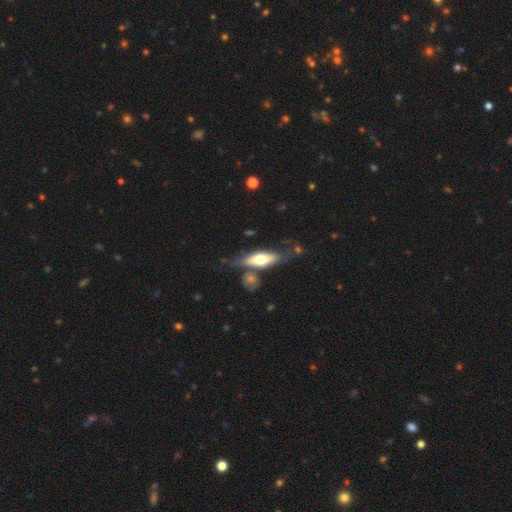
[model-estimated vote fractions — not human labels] This appears to be a featured or disk galaxy (64%) viewed edge-on (78%) with a rounded central bulge (87%). Merging: none (60%).